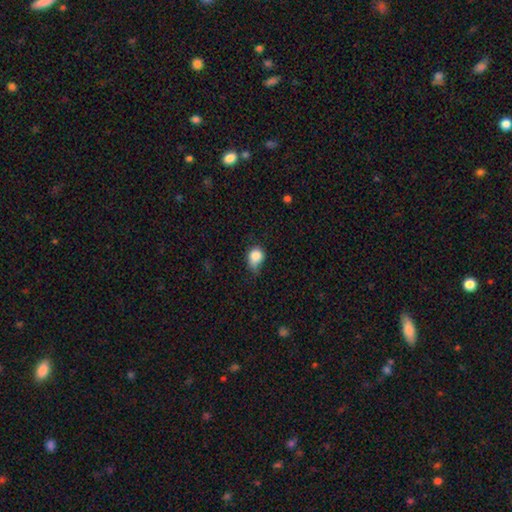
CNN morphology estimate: Smooth or featured: smooth — 83% (star or artifact — 9%)
How rounded: round — 57% (in between — 42%)
Merging: minor disturbance — 46% (none — 34%)